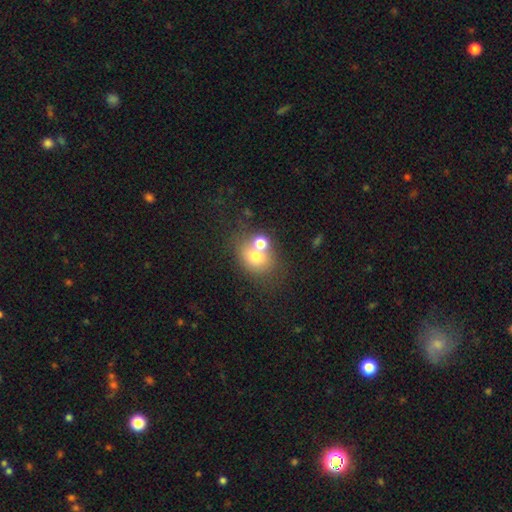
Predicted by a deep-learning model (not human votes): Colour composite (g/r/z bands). It shows a smooth galaxy with no disk features (69%) that is round (59%). Merging: merger (46%).